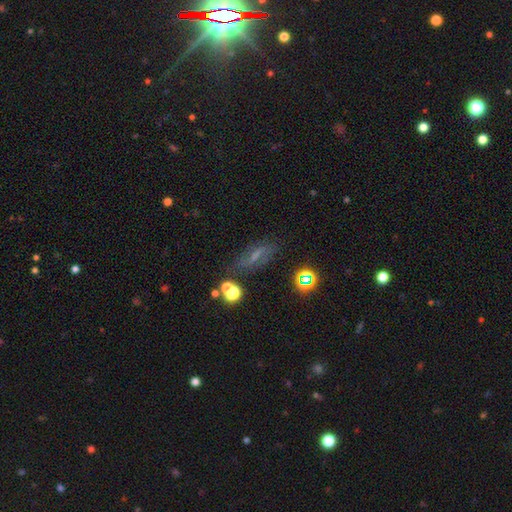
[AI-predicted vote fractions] Q: Smooth or featured?
A: featured or disk (43%); runner-up: smooth (32%)
Q: Merging?
A: none (65%); runner-up: minor disturbance (19%)